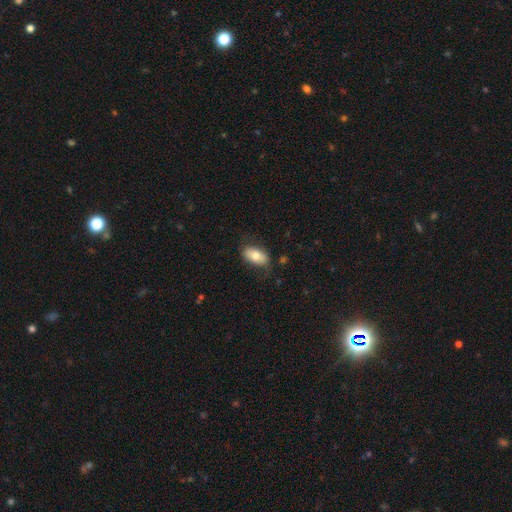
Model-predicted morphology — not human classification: smooth-or-featured: smooth: 75% | featured or disk: 18% | star or artifact: 7%
  how-rounded: in between: 92% | round: 4% | cigar-shaped: 3%
  merging: none: 77% | minor disturbance: 17% | major disturbance: 5% | merger: 1%